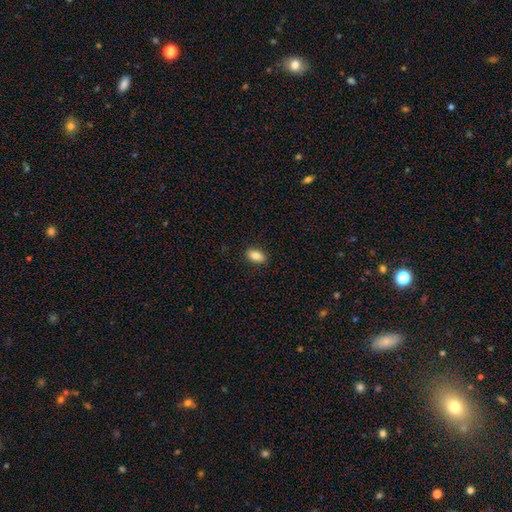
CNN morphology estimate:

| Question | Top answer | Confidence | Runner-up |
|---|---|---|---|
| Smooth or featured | smooth | 85% | star or artifact (8%) |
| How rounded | in between | 90% | round (6%) |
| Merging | none | 89% | minor disturbance (8%) |